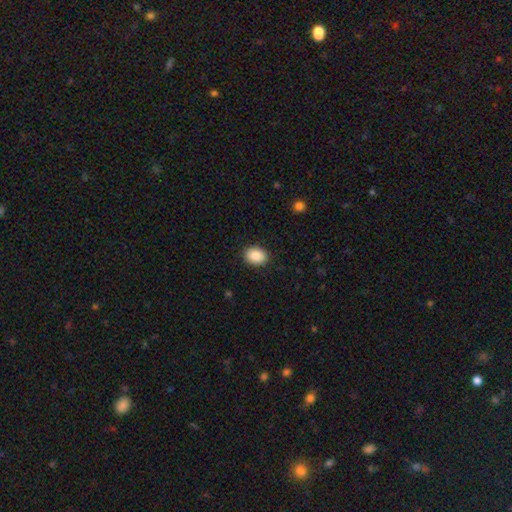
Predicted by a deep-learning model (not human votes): Smooth or featured?
  - smooth: 89% *
  - star or artifact: 8%
  - featured or disk: 4%
How rounded?
  - in between: 65% *
  - round: 34%
  - cigar-shaped: 1%
Merging?
  - none: 90% *
  - minor disturbance: 7%
  - major disturbance: 2%
  - merger: 1%